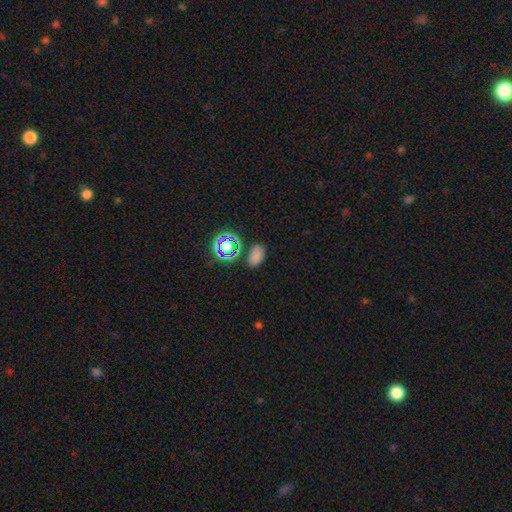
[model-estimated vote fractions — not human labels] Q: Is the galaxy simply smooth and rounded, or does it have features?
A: smooth — 69%.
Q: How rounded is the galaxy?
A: in between — 85%.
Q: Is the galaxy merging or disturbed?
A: none — 76%.